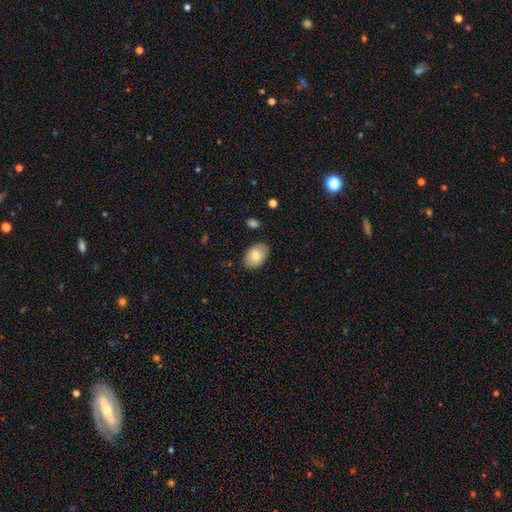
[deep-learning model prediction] Overall: smooth (80%). How rounded: in between (85%). Merging: none (83%).